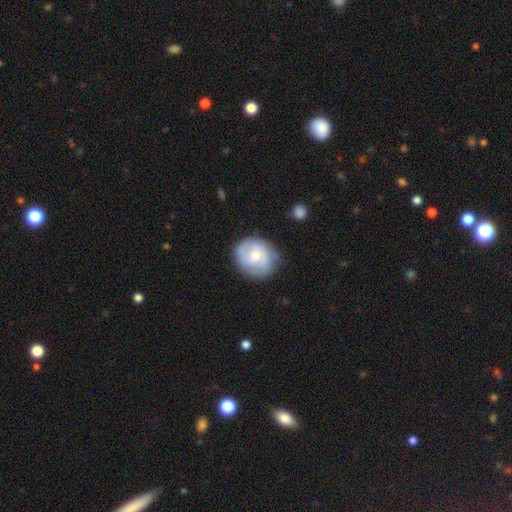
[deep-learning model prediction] This appears to be a featured or disk galaxy (53%) with no bar (57%), spiral arms (79%) and a moderate central bulge (53%). Merging: none (70%).